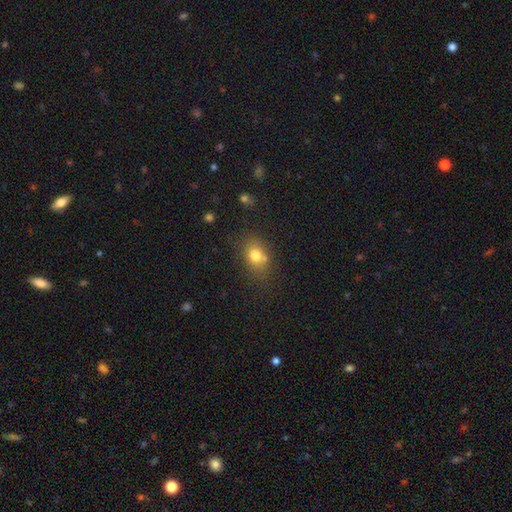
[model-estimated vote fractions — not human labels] smooth-or-featured: smooth: 76% | star or artifact: 12% | featured or disk: 12%
  how-rounded: in between: 54% | round: 45% | cigar-shaped: 1%
  merging: none: 64% | minor disturbance: 17% | merger: 13% | major disturbance: 6%